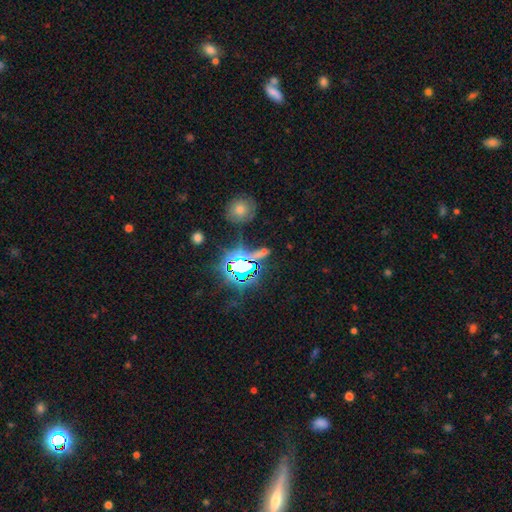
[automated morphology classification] This is likely a star or artifact rather than a galaxy (69%).